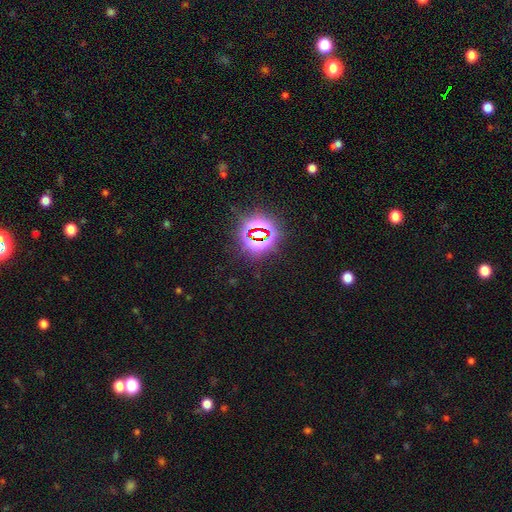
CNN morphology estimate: smooth-or-featured: star or artifact: 80% | smooth: 12% | featured or disk: 8%